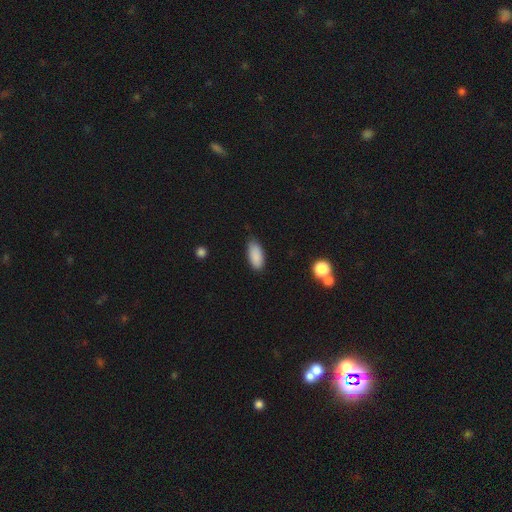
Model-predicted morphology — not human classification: This is clearly a smooth galaxy (88%). How rounded: clearly in between (86%). Merging: clearly none (81%).